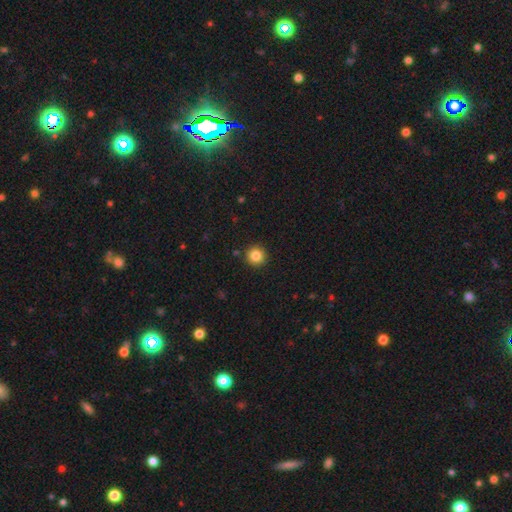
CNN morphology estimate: Overall: smooth (85%). How rounded: round (95%). Merging: none (91%).